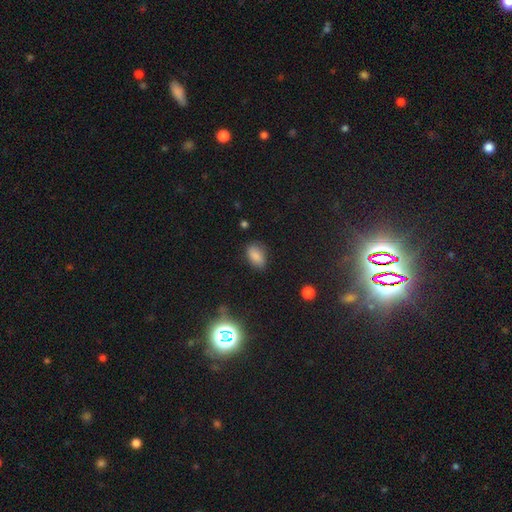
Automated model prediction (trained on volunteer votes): The model was most divided on "merging": none: 76%, minor disturbance: 18%, major disturbance: 4%, merger: 2%. More confident: how rounded — in between (89%); smooth or featured — smooth (81%).